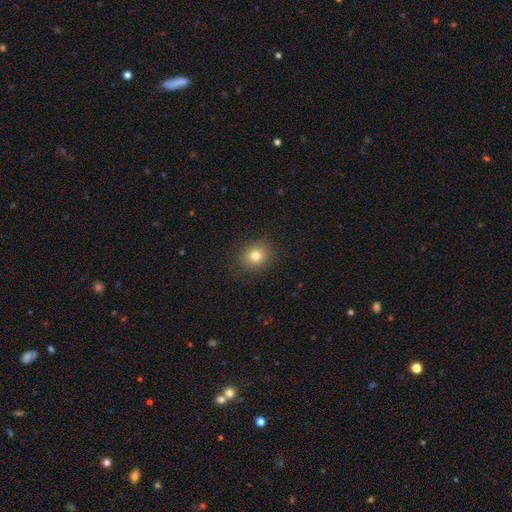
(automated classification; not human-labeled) smooth_or_featured: smooth (p=0.79) [alt: star or artifact p=0.13]
how_rounded: round (p=0.79) [alt: in between p=0.20]
merging: none (p=0.89) [alt: minor disturbance p=0.07]